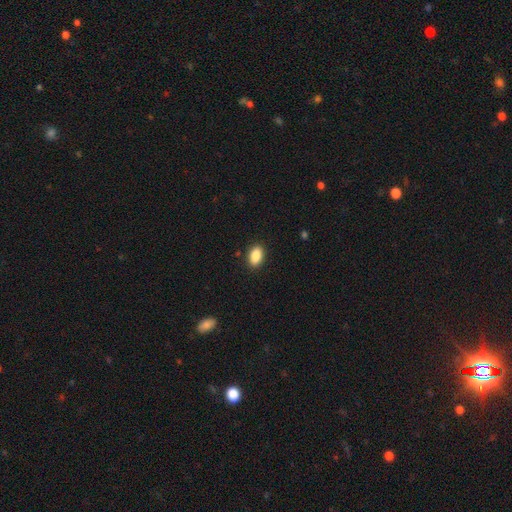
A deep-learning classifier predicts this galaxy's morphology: Smooth or featured? smooth (88%)
How rounded? in between (90%)
Merging? none (90%)